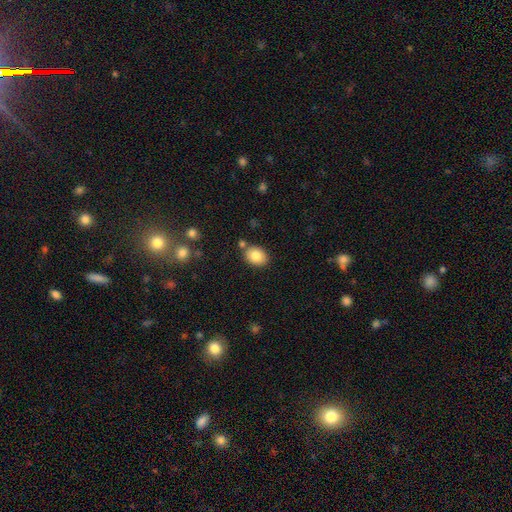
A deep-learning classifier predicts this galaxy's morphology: Overall: smooth (84%). How rounded: in between (65%; round 34%). Merging: none (78%).